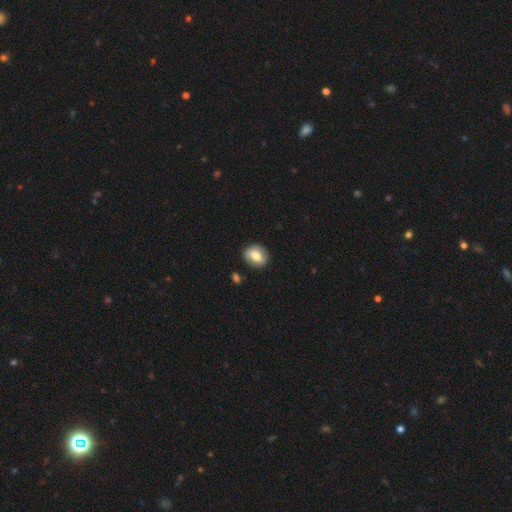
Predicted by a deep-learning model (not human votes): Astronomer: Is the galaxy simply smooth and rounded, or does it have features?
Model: smooth — 69%.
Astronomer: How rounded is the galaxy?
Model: round — 50% (runner-up: in between, 49%).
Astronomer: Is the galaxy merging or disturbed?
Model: none — 84%.